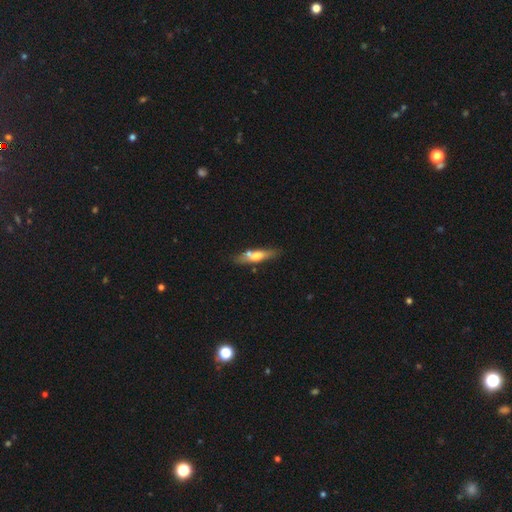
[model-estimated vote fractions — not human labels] Overall: smooth (52%; featured or disk 42%). How rounded: cigar-shaped (72%). Merging: none (68%).